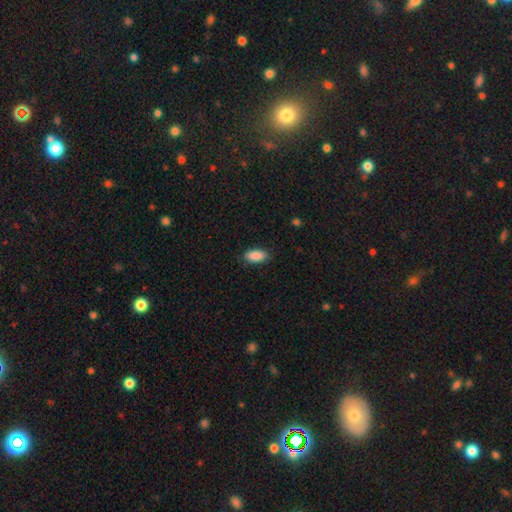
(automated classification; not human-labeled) Smooth or featured? Predicted: smooth (p=0.90). How rounded? Predicted: in between (p=0.90). Merging? Predicted: none (p=0.86).